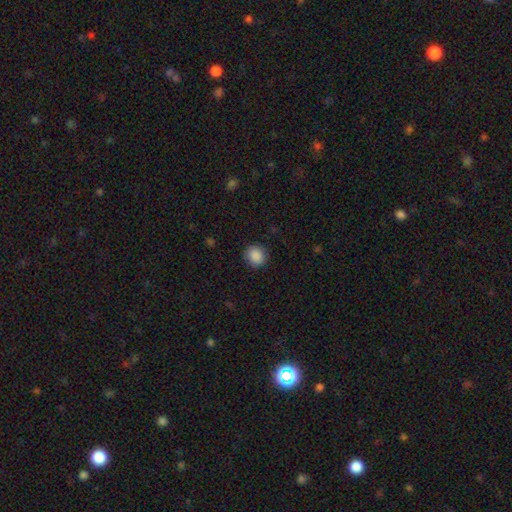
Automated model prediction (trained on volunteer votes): Smooth or featured?
  - smooth: 88% *
  - star or artifact: 9%
  - featured or disk: 3%
How rounded?
  - round: 80% *
  - in between: 19%
  - cigar-shaped: 1%
Merging?
  - none: 86% *
  - minor disturbance: 10%
  - major disturbance: 3%
  - merger: 1%